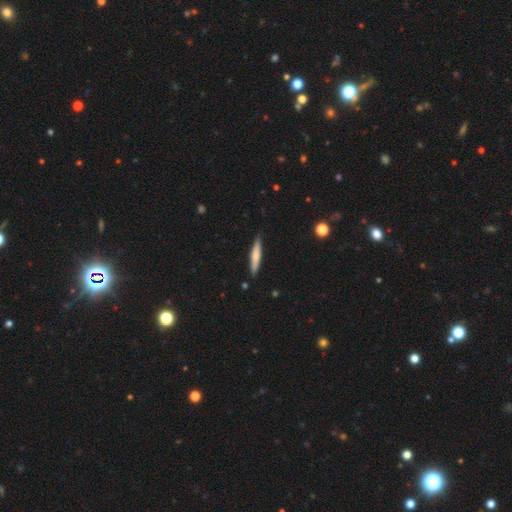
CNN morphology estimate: Q: Smooth or featured?
A: smooth (65%); runner-up: featured or disk (30%)
Q: How rounded?
A: cigar-shaped (91%); runner-up: in between (7%)
Q: Merging?
A: none (86%); runner-up: minor disturbance (11%)